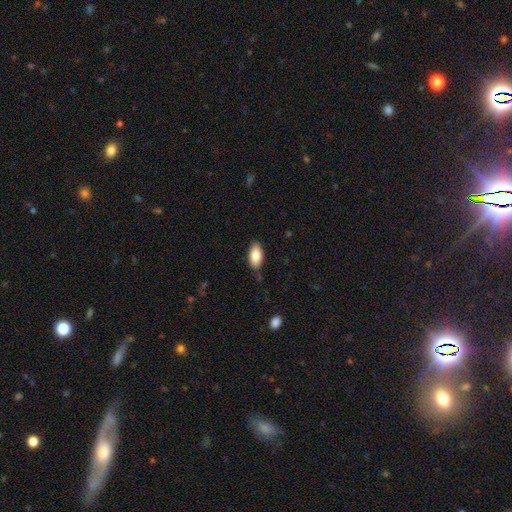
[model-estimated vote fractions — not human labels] Smooth or featured? Predicted: smooth (p=0.85). How rounded? Predicted: in between (p=0.91). Merging? Predicted: none (p=0.82).